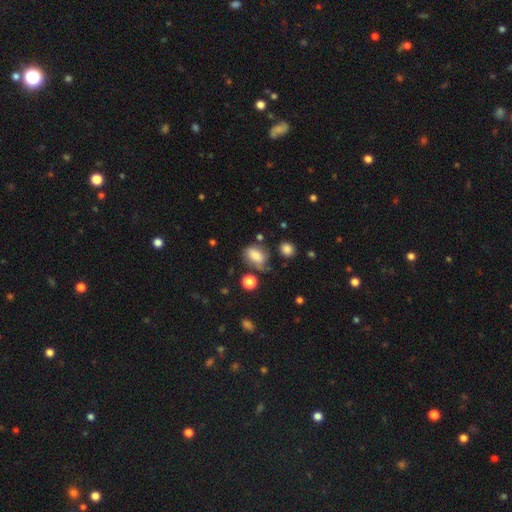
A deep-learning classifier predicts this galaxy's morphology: smooth-or-featured: smooth: 77% | featured or disk: 13% | star or artifact: 10%
  how-rounded: in between: 80% | round: 18% | cigar-shaped: 2%
  merging: none: 51% | minor disturbance: 29% | major disturbance: 12% | merger: 8%